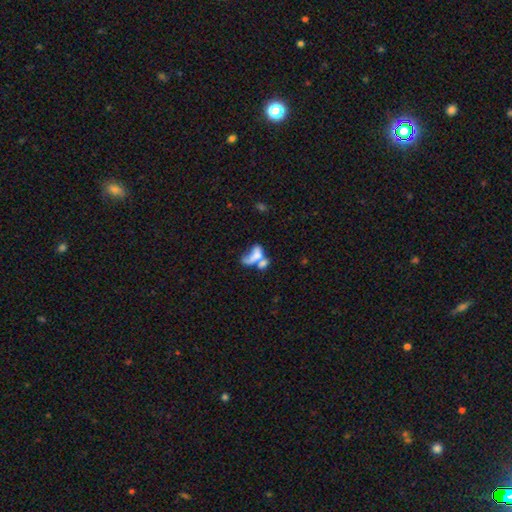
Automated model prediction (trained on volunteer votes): A smooth galaxy with no disk features (58%) that is in between round and cigar-shaped (80%). Merging: merger (62%).